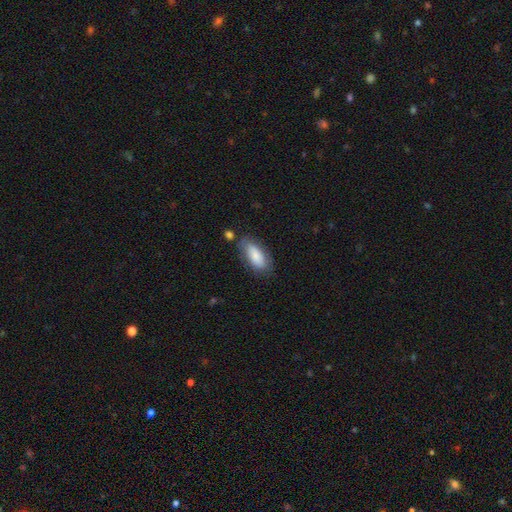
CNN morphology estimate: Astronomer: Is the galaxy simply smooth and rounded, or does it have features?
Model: smooth — 76%.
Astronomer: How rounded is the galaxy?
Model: in between — 87%.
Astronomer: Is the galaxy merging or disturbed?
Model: none — 67%.